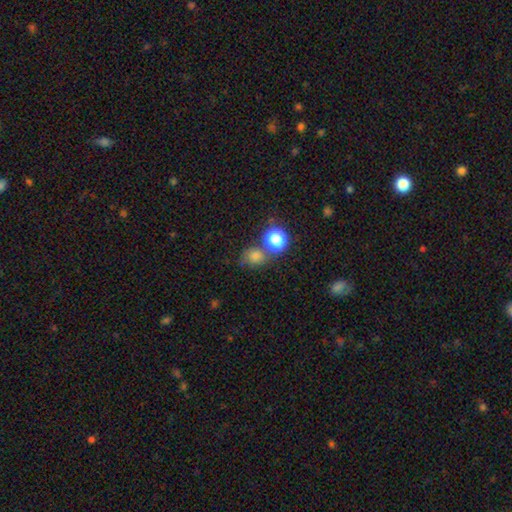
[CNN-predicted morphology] type=smooth (70%); roundness=round (75%); merging=none (63%).